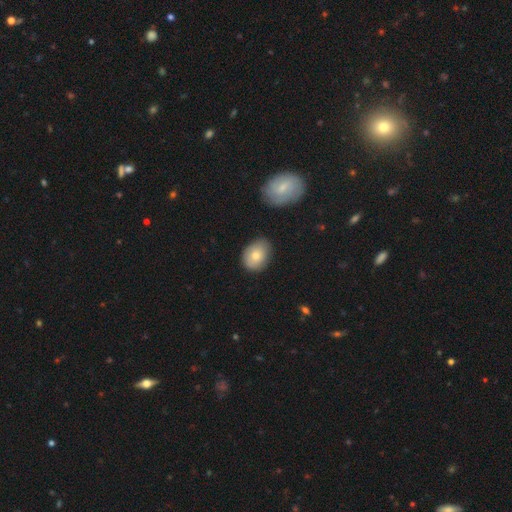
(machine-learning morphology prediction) smooth 75%, featured or disk 17%, star or artifact 7%. Down the decision tree: how rounded — in between (61%); merging — none (75%).